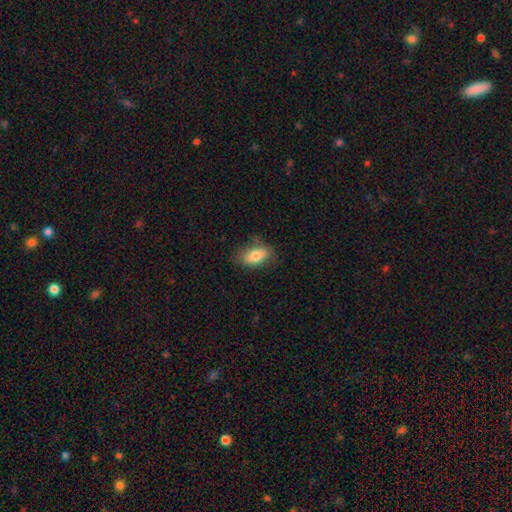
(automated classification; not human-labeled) Smooth or featured: smooth — 78% (featured or disk — 15%)
How rounded: in between — 89% (round — 6%)
Merging: none — 74% (minor disturbance — 20%)